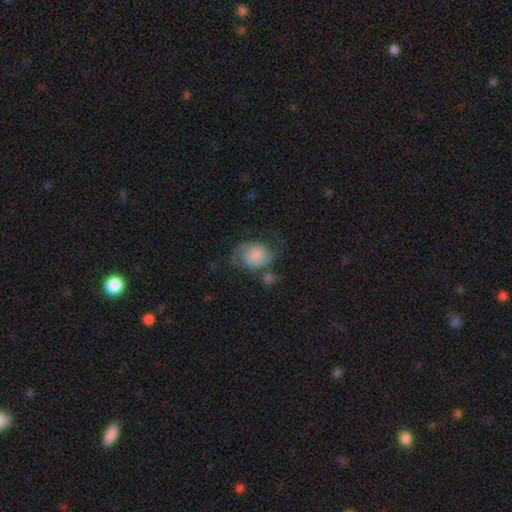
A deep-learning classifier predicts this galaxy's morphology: Q: Smooth or featured?
A: featured or disk (57%); runner-up: smooth (35%)
Q: Edge-on disk?
A: no (98%); runner-up: yes (2%)
Q: Bar?
A: no (72%); runner-up: weak (24%)
Q: Spiral arms?
A: yes (89%); runner-up: no (11%)
Q: Bulge size?
A: none (29%); runner-up: small (28%)
Q: Merging?
A: none (49%); runner-up: minor disturbance (24%)